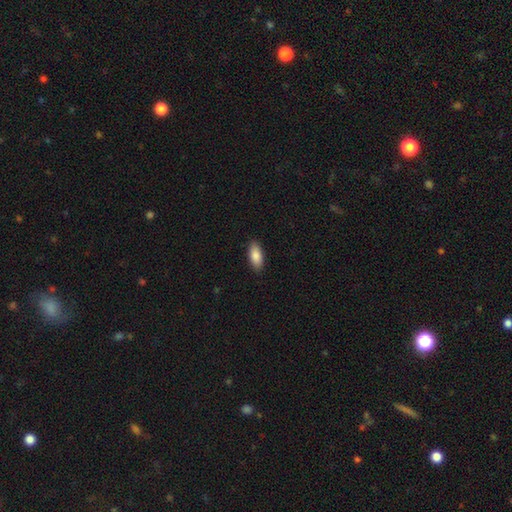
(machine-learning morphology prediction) Smooth or featured? Predicted: smooth (p=0.87). How rounded? Predicted: in between (p=0.84). Merging? Predicted: none (p=0.89).